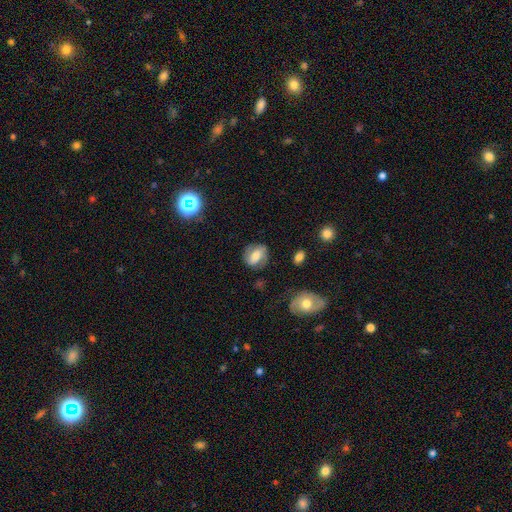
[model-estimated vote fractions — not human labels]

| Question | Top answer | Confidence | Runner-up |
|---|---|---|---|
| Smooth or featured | featured or disk | 51% | smooth (40%) |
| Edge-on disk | no | 95% | yes (5%) |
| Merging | none | 76% | minor disturbance (16%) |